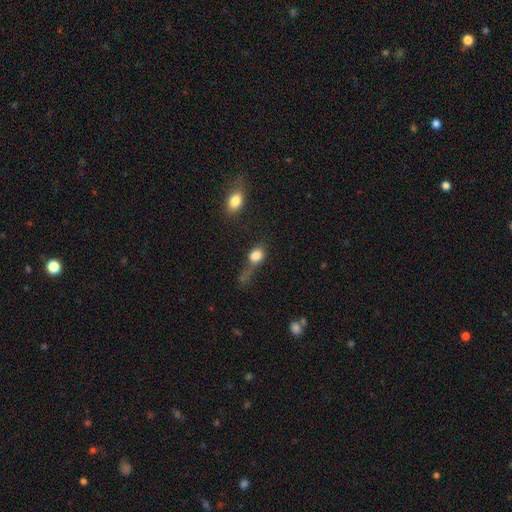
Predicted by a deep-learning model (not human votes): The model was most divided on "merging": none: 31%, major disturbance: 30%, minor disturbance: 21%, merger: 18%. More confident: smooth or featured — smooth (79%); how rounded — in between (52%).